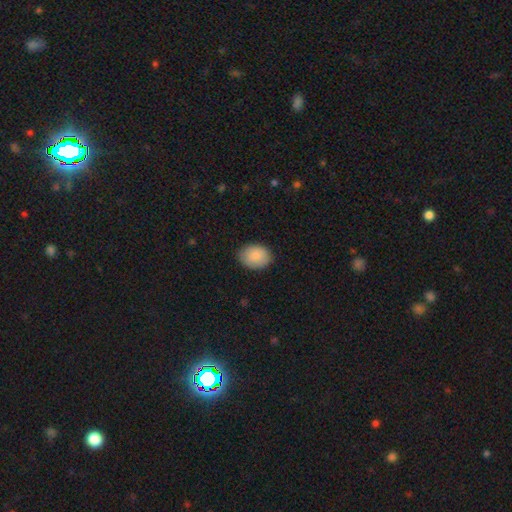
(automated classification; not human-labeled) A smooth galaxy with no disk features (87%) that is in between round and cigar-shaped (66%). Merging: none (85%).